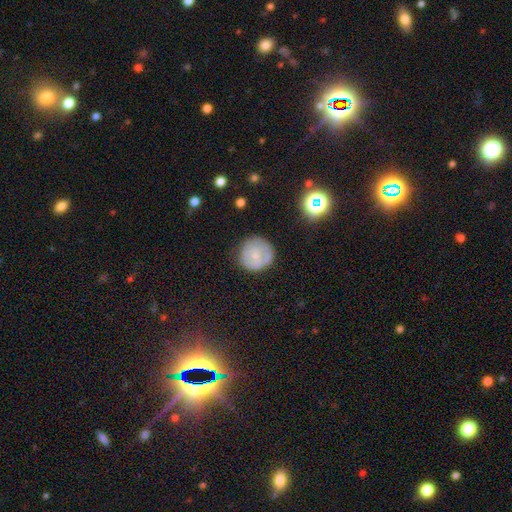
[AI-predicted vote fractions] The model was most divided on "smooth or featured": smooth: 63%, featured or disk: 28%, star or artifact: 9%. More confident: how rounded — round (93%); merging — none (77%).